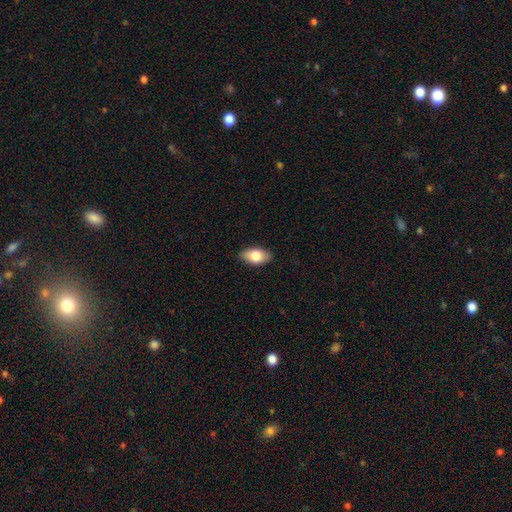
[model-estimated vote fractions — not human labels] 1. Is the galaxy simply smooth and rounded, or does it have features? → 78% smooth, 15% featured or disk, 7% star or artifact.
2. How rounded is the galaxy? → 91% in between, 6% round, 3% cigar-shaped.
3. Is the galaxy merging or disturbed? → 87% none, 11% minor disturbance, 2% major disturbance, 1% merger.